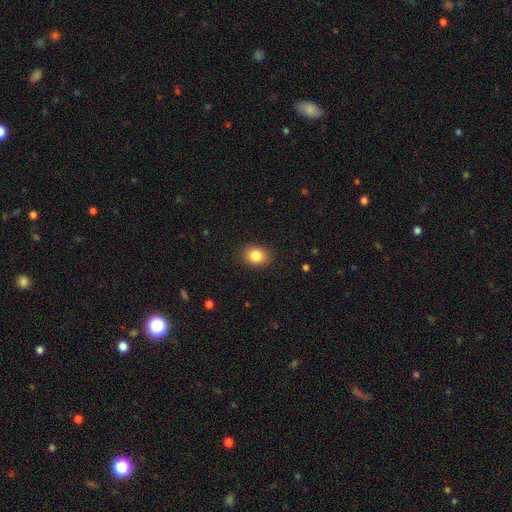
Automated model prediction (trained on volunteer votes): Smooth or featured? Predicted: smooth (p=0.84). How rounded? Predicted: in between (p=0.50). Merging? Predicted: none (p=0.88).